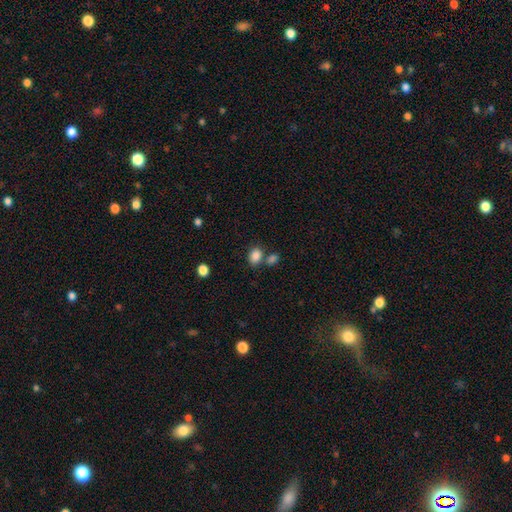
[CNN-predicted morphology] Smooth or featured? smooth (85%)
How rounded? in between (68%)
Merging? none (60%)